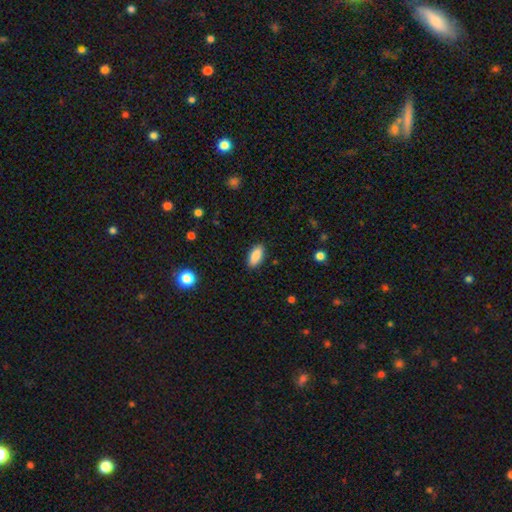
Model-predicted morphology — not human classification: smooth_or_featured: smooth (p=0.87) [alt: star or artifact p=0.07]
how_rounded: in between (p=0.87) [alt: cigar-shaped p=0.10]
merging: none (p=0.89) [alt: minor disturbance p=0.08]